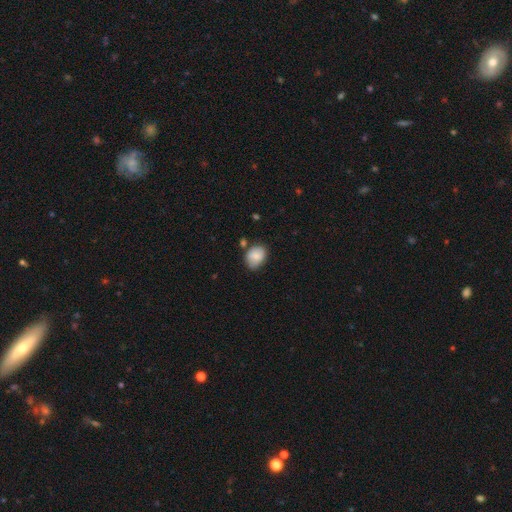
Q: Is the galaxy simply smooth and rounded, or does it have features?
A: smooth — 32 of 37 (86%).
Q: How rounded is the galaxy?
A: in between — 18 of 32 (56%).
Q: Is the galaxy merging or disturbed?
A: none — 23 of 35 (66%).